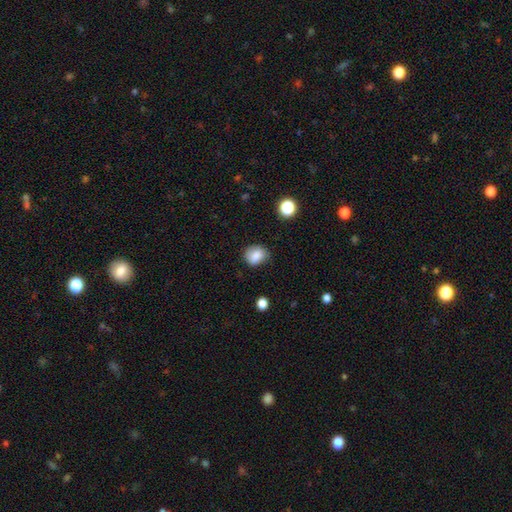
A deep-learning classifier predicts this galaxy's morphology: type=smooth (83%); roundness=round (60%); merging=none (71%).